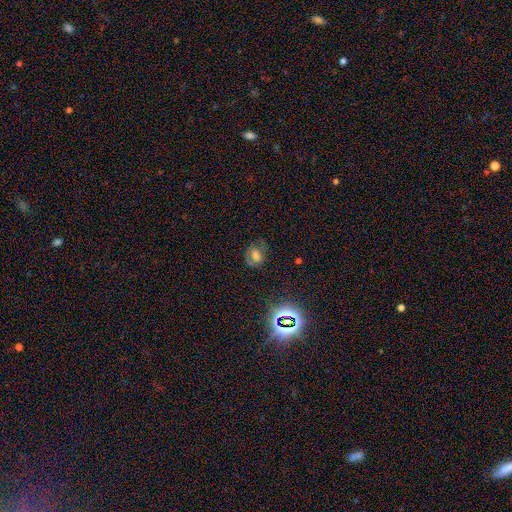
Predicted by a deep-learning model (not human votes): Smooth or featured? smooth (48%)
Merging? none (64%)